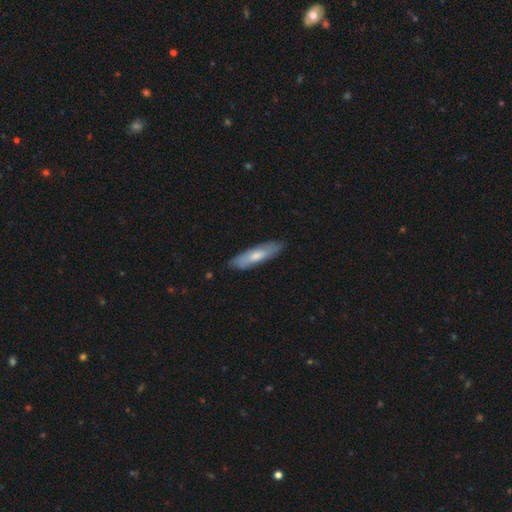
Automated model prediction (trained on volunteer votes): A smooth galaxy with no disk features (66%) that is cigar-shaped (68%).

Vote fractions:
- Smooth or featured? smooth: 66% / featured or disk: 29% / star or artifact: 5%
- How rounded? cigar-shaped: 68% / in between: 30% / round: 2%
- Merging? none: 83% / minor disturbance: 13% / major disturbance: 2% / merger: 1%